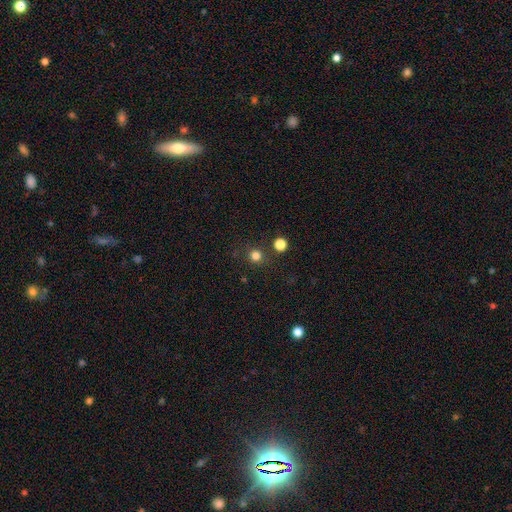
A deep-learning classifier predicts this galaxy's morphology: Q: Smooth or featured?
A: smooth (79%); runner-up: star or artifact (16%)
Q: How rounded?
A: round (94%); runner-up: in between (5%)
Q: Merging?
A: none (84%); runner-up: merger (7%)